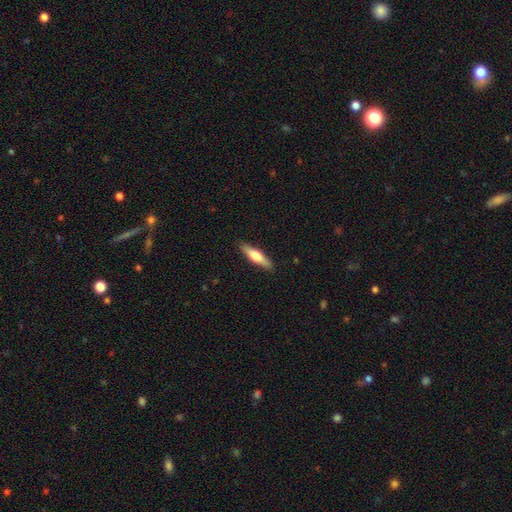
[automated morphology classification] A smooth galaxy with no disk features (54%) that is cigar-shaped (74%).

Vote fractions:
- Smooth or featured? smooth: 54% / featured or disk: 41% / star or artifact: 5%
- How rounded? cigar-shaped: 74% / in between: 24% / round: 2%
- Merging? none: 89% / minor disturbance: 8% / major disturbance: 2% / merger: 1%